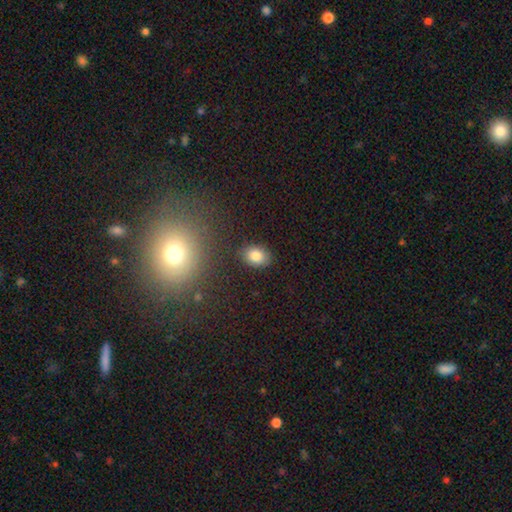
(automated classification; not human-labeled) smooth 83%, star or artifact 10%, featured or disk 7%. Down the decision tree: how rounded — in between (69%); merging — none (85%).